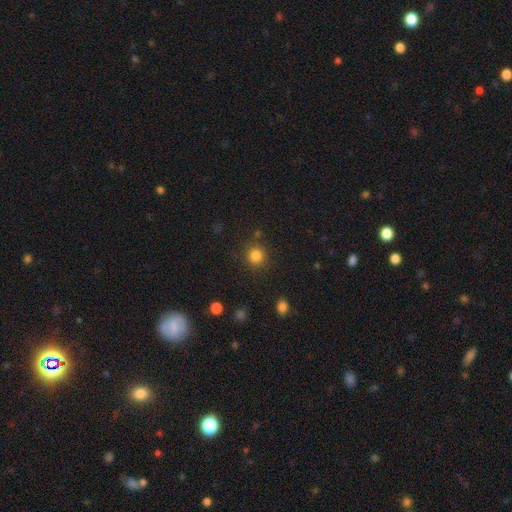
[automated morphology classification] This appears to be a smooth galaxy with no disk features (84%) that is round (90%). Merging: none (85%).